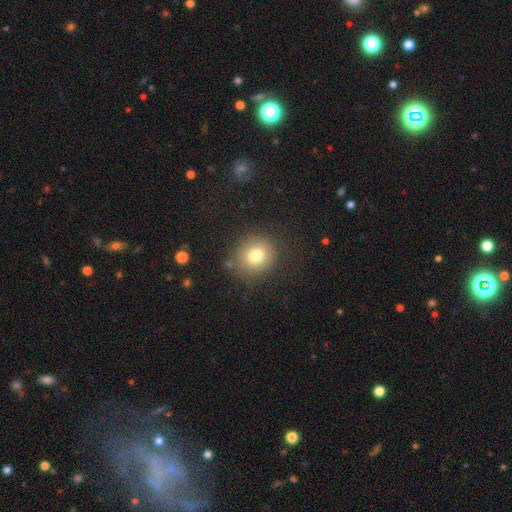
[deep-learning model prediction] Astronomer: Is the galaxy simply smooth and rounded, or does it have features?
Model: smooth — 77%.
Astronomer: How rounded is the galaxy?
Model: round — 86%.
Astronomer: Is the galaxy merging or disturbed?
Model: none — 83%.